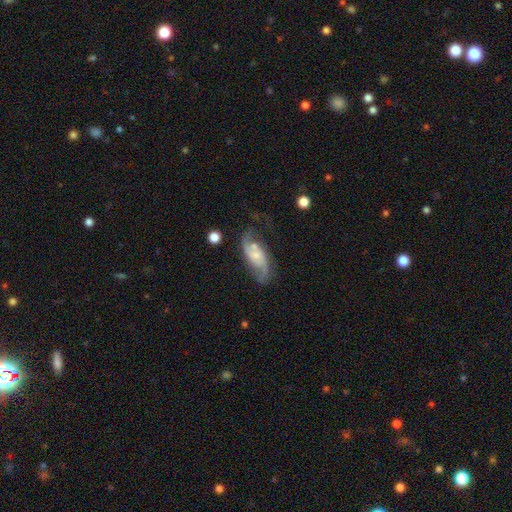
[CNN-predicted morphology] A featured or disk galaxy (76%) with no bar (55%), 2 (87%) loose (48%) spiral arms (93%) and a small central bulge (51%). Merging: none (57%).